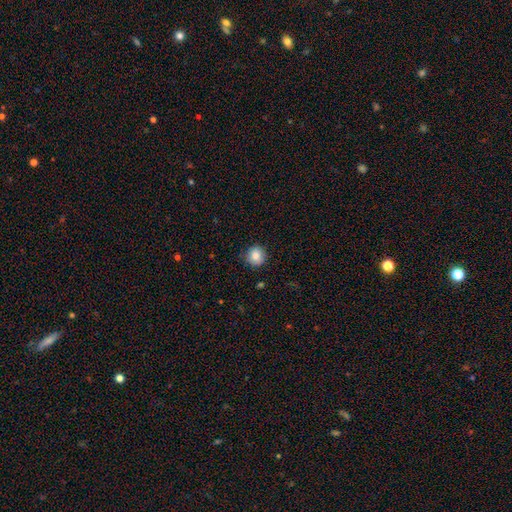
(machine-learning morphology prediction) smooth_or_featured: smooth (p=0.85) [alt: star or artifact p=0.09]
how_rounded: round (p=0.90) [alt: in between p=0.09]
merging: none (p=0.86) [alt: minor disturbance p=0.11]